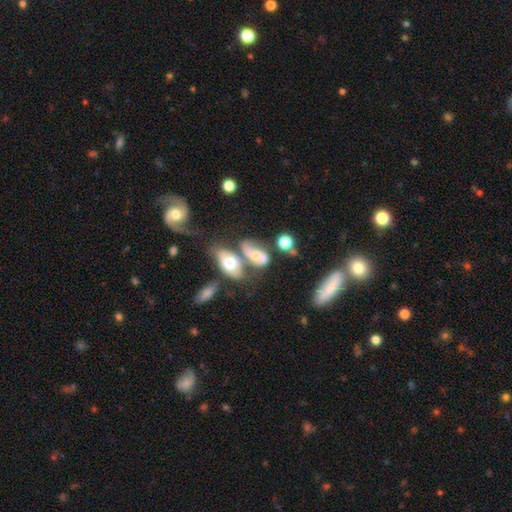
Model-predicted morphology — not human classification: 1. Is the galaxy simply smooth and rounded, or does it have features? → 55% featured or disk, 32% smooth, 13% star or artifact.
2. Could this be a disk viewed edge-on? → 92% no, 8% yes.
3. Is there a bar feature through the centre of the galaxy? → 67% no, 25% weak, 8% strong.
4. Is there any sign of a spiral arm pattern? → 71% yes, 29% no.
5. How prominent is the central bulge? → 58% moderate, 21% small, 13% large, 6% none, 2% dominant.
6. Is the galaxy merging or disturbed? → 43% merger, 28% none, 15% major disturbance, 15% minor disturbance.